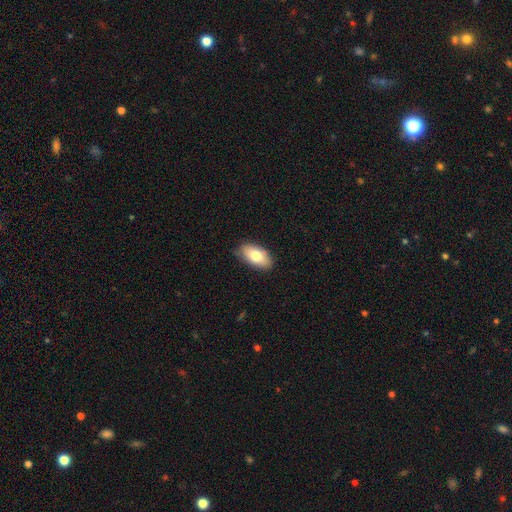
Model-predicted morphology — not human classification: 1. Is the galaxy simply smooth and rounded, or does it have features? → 78% smooth, 16% featured or disk, 7% star or artifact.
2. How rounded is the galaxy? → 93% in between, 4% round, 3% cigar-shaped.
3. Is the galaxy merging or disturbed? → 83% none, 14% minor disturbance, 2% major disturbance, 1% merger.